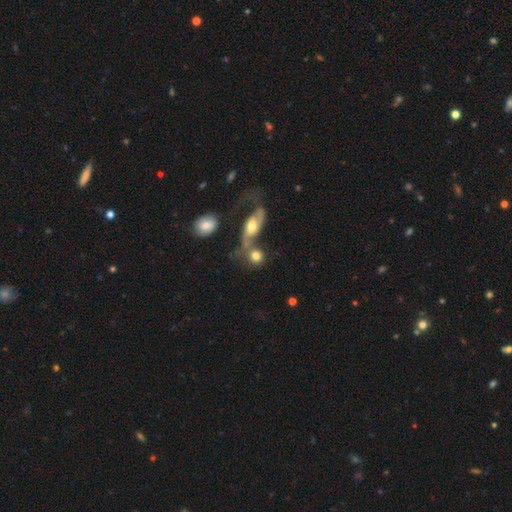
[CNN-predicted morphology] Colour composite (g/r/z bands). It shows a smooth galaxy with no disk features (70%) that is round (72%). Merging: merger (40%).